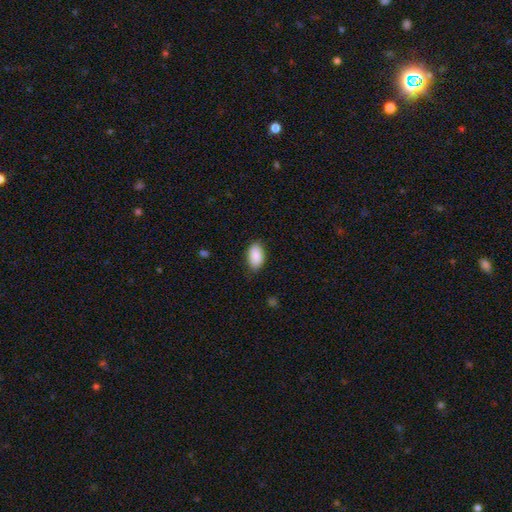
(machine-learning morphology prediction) This appears to be a smooth galaxy with no disk features (89%) that is in between round and cigar-shaped (94%). Merging: none (82%).